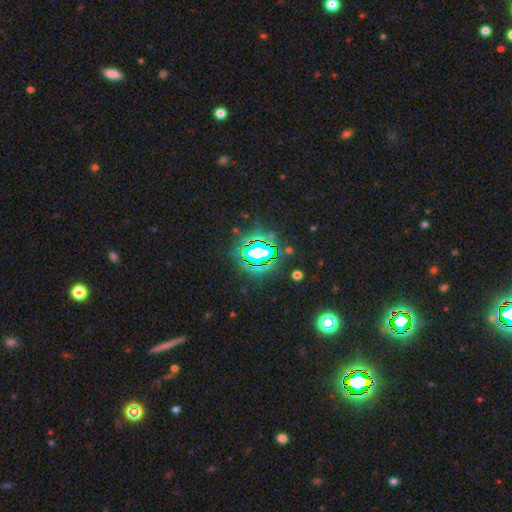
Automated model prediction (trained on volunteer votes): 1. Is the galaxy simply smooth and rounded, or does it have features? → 74% star or artifact, 15% smooth, 11% featured or disk.